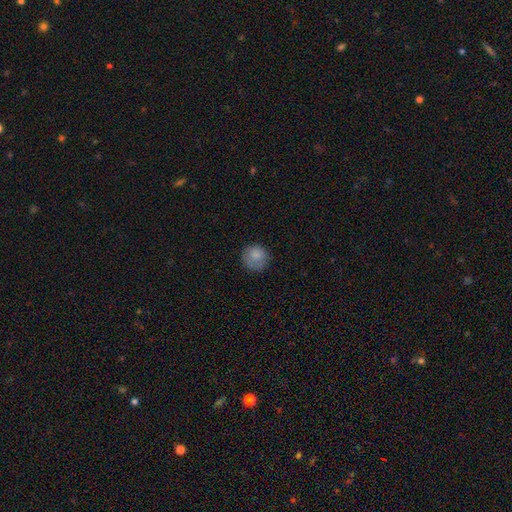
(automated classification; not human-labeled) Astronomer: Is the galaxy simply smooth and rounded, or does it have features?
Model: smooth — 84%.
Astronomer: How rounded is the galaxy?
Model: round — 91%.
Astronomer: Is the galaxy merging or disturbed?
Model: none — 77%.